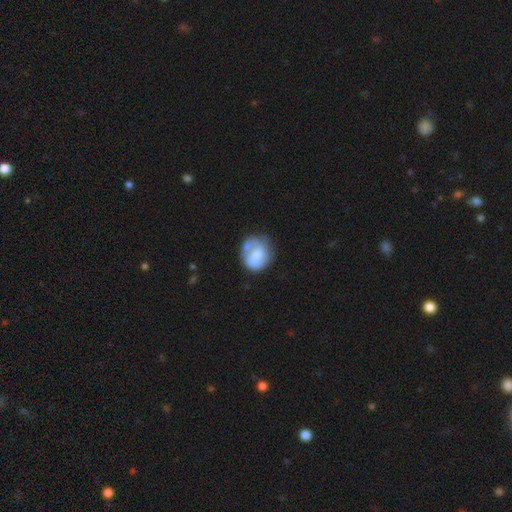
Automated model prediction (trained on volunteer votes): Morphology: type=featured or disk (49%); merging=none (49%).